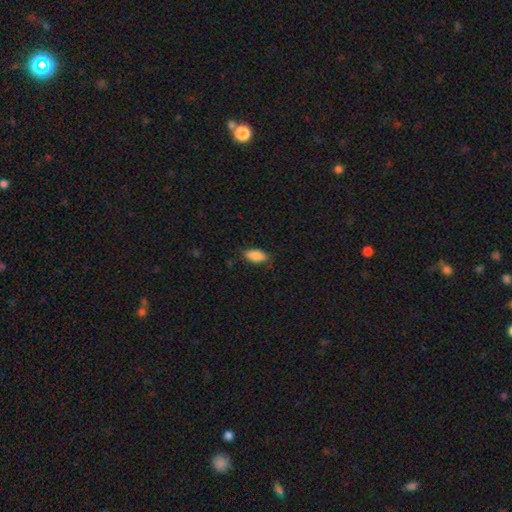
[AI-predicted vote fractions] Smooth or featured? Predicted: smooth (p=0.89). How rounded? Predicted: in between (p=0.87). Merging? Predicted: none (p=0.83).